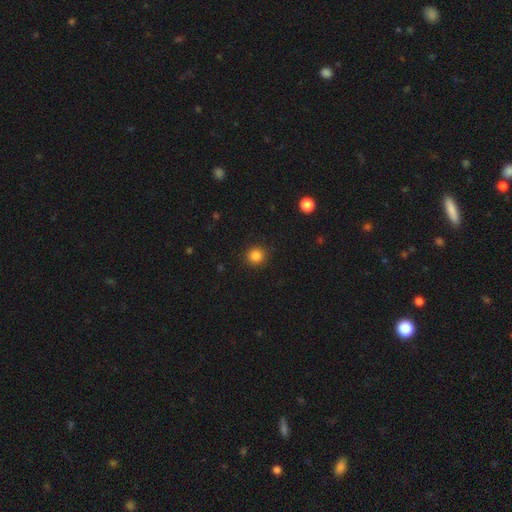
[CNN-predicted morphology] Q: Smooth or featured?
A: smooth (85%); runner-up: star or artifact (11%)
Q: How rounded?
A: round (93%); runner-up: in between (6%)
Q: Merging?
A: none (91%); runner-up: minor disturbance (6%)